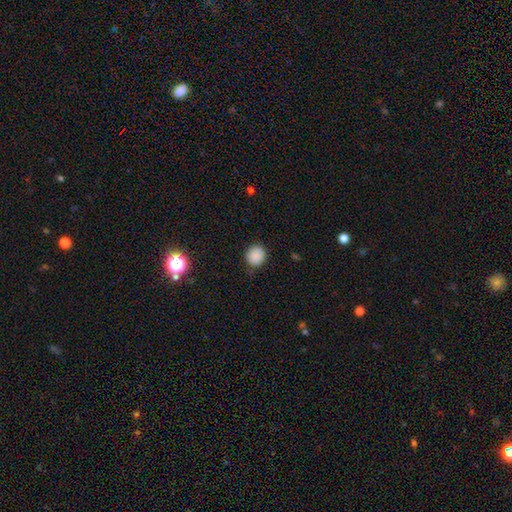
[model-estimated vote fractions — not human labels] smooth_or_featured: smooth (p=0.87) [alt: star or artifact p=0.10]
how_rounded: round (p=0.87) [alt: in between p=0.12]
merging: none (p=0.85) [alt: minor disturbance p=0.11]